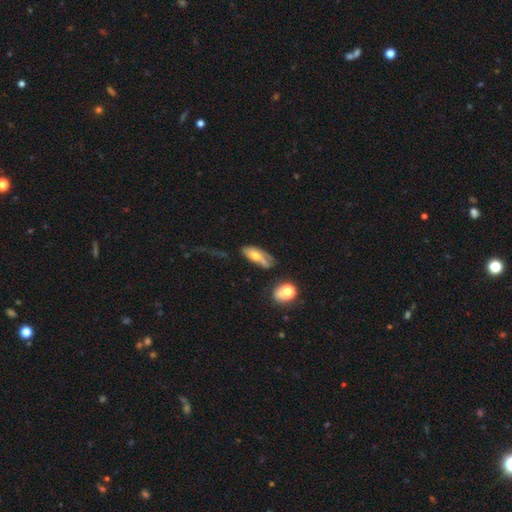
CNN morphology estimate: Smooth or featured: smooth — 52% (featured or disk — 38%)
How rounded: in between — 82% (cigar-shaped — 12%)
Merging: none — 36% (minor disturbance — 24%)